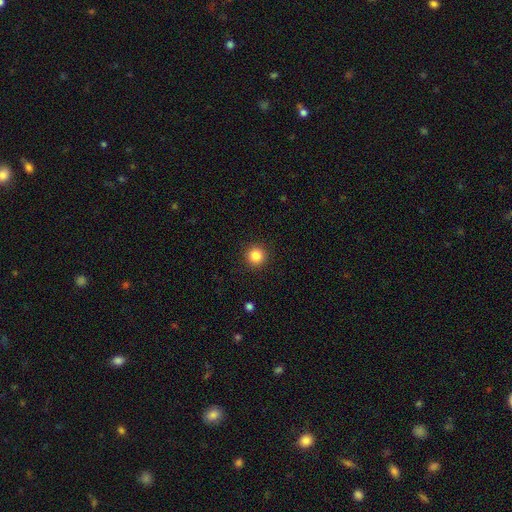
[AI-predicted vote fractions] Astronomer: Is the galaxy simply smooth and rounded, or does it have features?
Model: smooth — 86%.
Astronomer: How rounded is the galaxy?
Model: round — 96%.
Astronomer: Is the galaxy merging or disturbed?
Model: none — 92%.